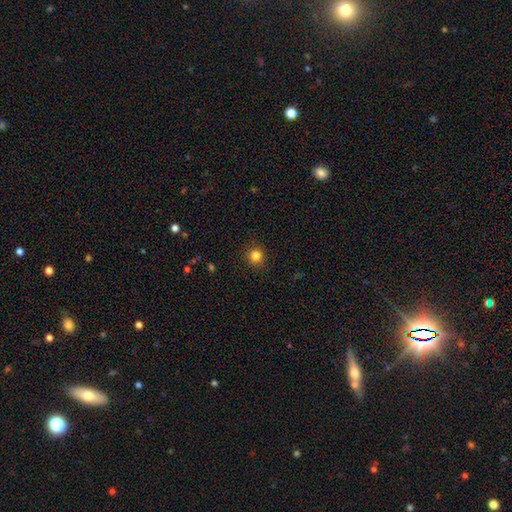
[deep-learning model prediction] Overall: smooth (83%). How rounded: round (92%). Merging: none (91%).